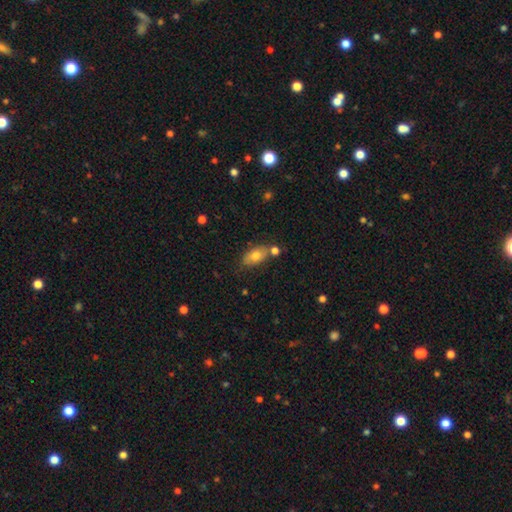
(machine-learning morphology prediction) type=smooth (74%); roundness=in between (88%); merging=none (64%).